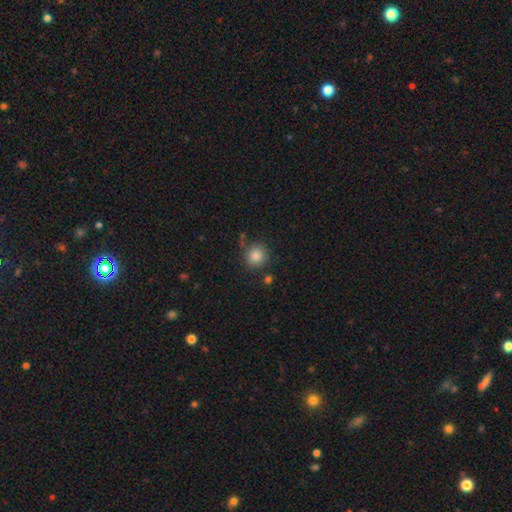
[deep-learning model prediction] This appears to be a smooth galaxy with no disk features (85%) that is round (88%). Merging: none (80%).